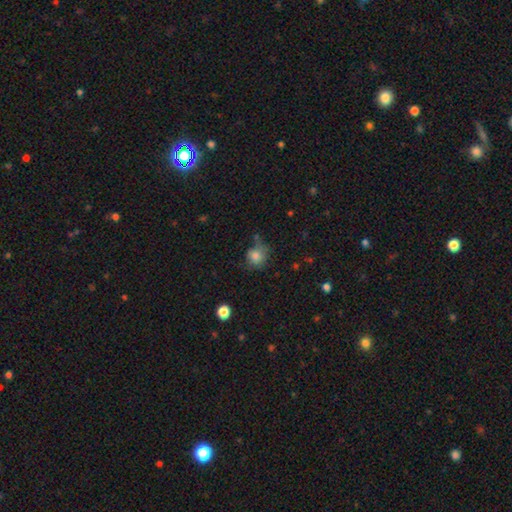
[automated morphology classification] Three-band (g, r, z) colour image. It shows a smooth galaxy with no disk features (79%) that is round (76%). Merging: none (53%).